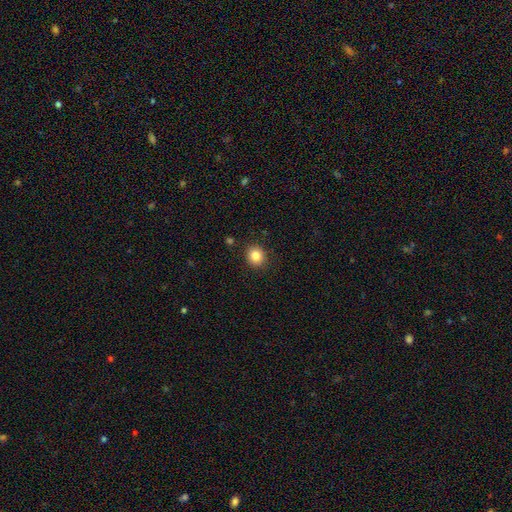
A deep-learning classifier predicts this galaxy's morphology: Smooth or featured: smooth — 84% (star or artifact — 10%)
How rounded: round — 82% (in between — 17%)
Merging: none — 89% (minor disturbance — 7%)